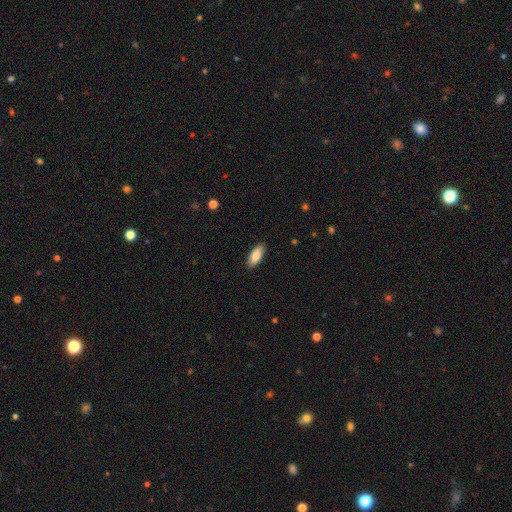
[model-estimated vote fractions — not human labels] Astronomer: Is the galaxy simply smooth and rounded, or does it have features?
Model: smooth — 85%.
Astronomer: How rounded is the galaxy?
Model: in between — 80%.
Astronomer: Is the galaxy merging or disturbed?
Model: none — 89%.